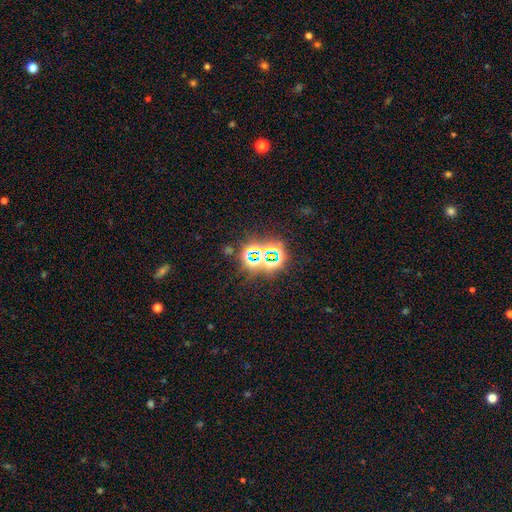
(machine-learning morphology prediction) This appears to be a star or artifact, not a galaxy (75%).